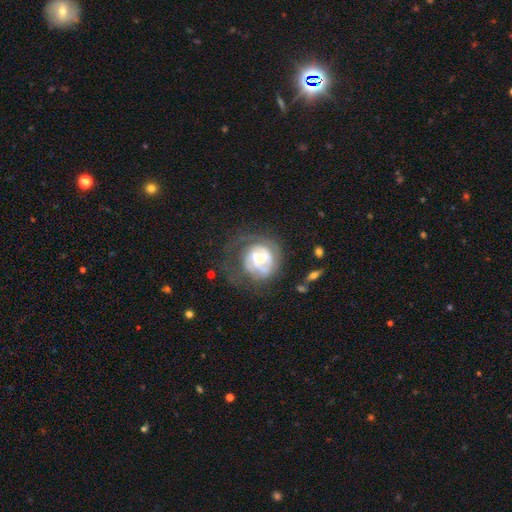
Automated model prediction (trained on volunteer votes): Q: Smooth or featured?
A: featured or disk (74%); runner-up: smooth (19%)
Q: Edge-on disk?
A: no (98%); runner-up: yes (2%)
Q: Bar?
A: no (44%); runner-up: weak (42%)
Q: Spiral arms?
A: yes (80%); runner-up: no (20%)
Q: Spiral winding?
A: tight (54%); runner-up: medium (32%)
Q: Spiral arm count?
A: can't tell (36%); tied with: 2 (36%)
Q: Bulge size?
A: moderate (44%); runner-up: small (39%)
Q: Merging?
A: none (45%); runner-up: major disturbance (30%)